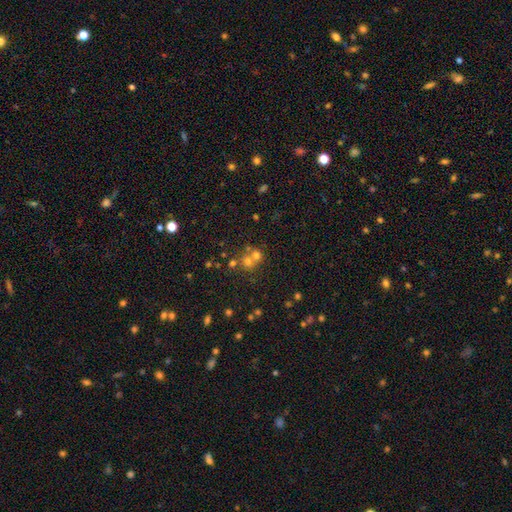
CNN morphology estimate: Overall: smooth (61%; star or artifact 22%). How rounded: round (84%). Merging: merger (47%; none 44%).